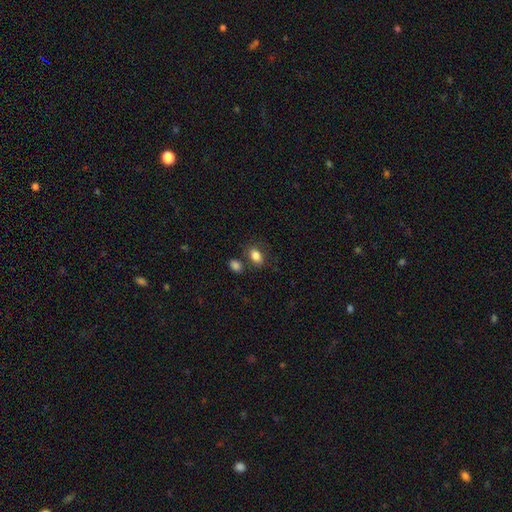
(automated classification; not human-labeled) Smooth or featured? smooth (84%)
How rounded? in between (85%)
Merging? none (70%)